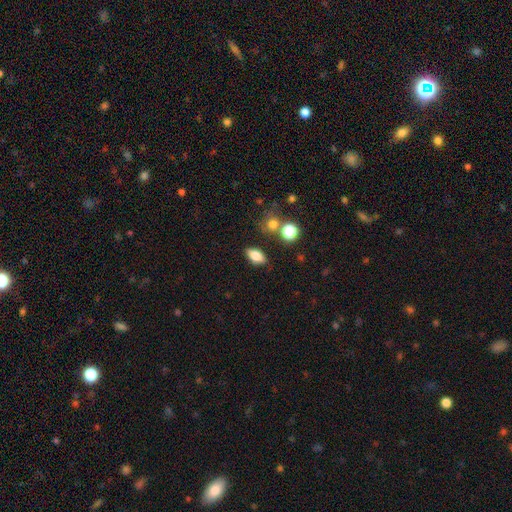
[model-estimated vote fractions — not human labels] The model was most divided on "merging": none: 81%, minor disturbance: 12%, merger: 4%, major disturbance: 3%. More confident: how rounded — in between (86%); smooth or featured — smooth (81%).